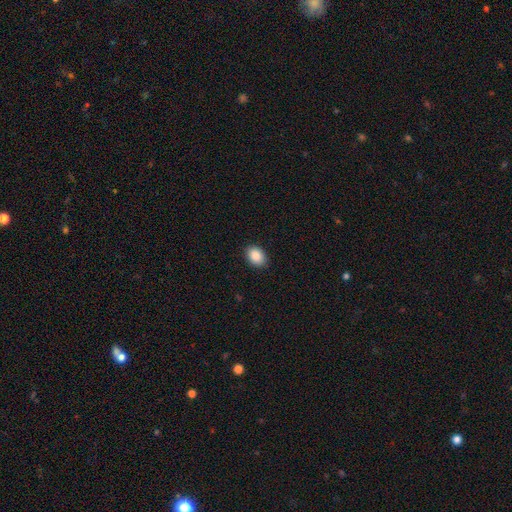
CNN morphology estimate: Q: Smooth or featured?
A: smooth (89%); runner-up: star or artifact (8%)
Q: How rounded?
A: in between (75%); runner-up: round (24%)
Q: Merging?
A: none (89%); runner-up: minor disturbance (8%)